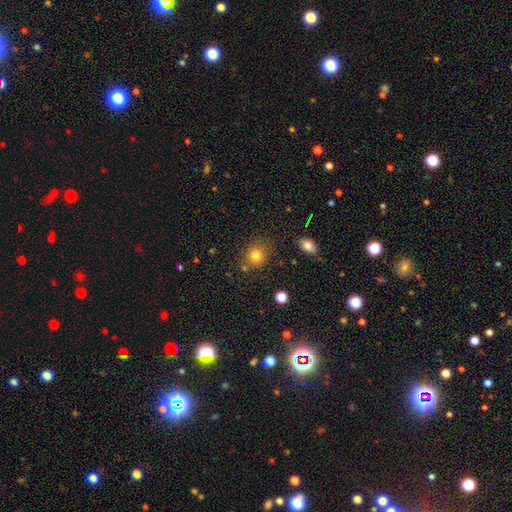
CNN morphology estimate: The model was most divided on "how rounded": round: 79%, in between: 20%, cigar-shaped: 1%. More confident: smooth or featured — smooth (80%); merging — none (78%).